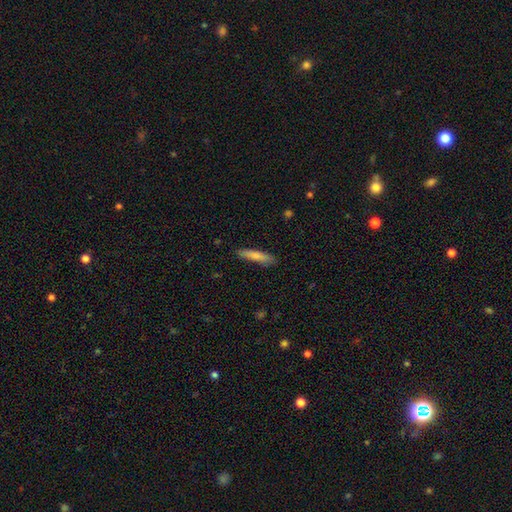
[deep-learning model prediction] Smooth or featured?
  - smooth: 80% *
  - featured or disk: 15%
  - star or artifact: 6%
How rounded?
  - cigar-shaped: 88% *
  - in between: 11%
  - round: 1%
Merging?
  - none: 87% *
  - minor disturbance: 10%
  - major disturbance: 2%
  - merger: 1%